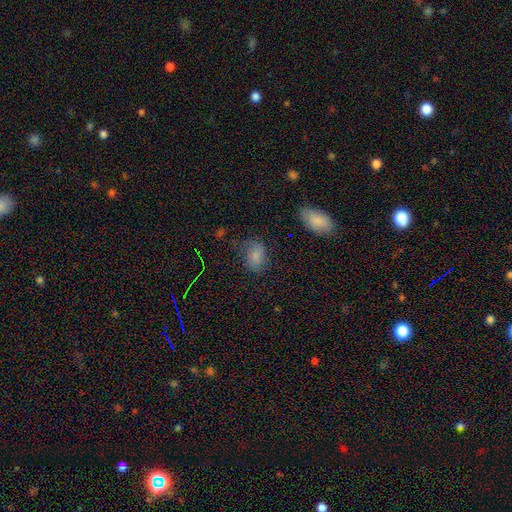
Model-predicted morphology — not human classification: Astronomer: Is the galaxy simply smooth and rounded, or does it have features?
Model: smooth — 71%.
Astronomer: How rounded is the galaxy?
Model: in between — 74%.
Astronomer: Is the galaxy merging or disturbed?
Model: none — 59%.